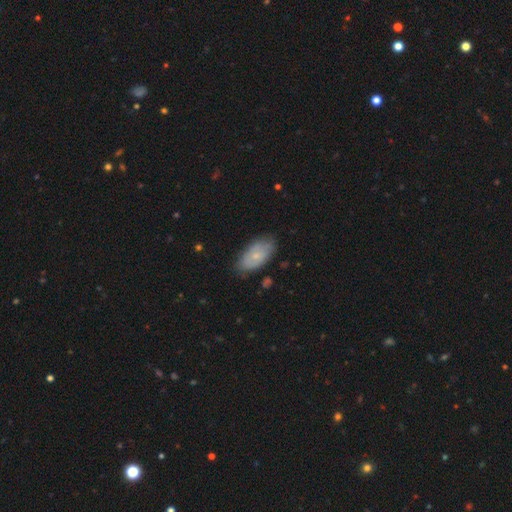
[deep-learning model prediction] A smooth galaxy with no disk features (58%) that is in between round and cigar-shaped (93%). Merging: none (74%).